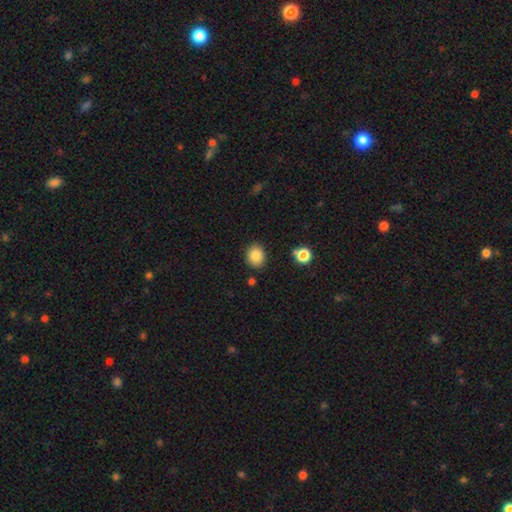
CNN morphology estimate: Smooth or featured: smooth — 85% (star or artifact — 10%)
How rounded: round — 65% (in between — 34%)
Merging: none — 87% (minor disturbance — 9%)